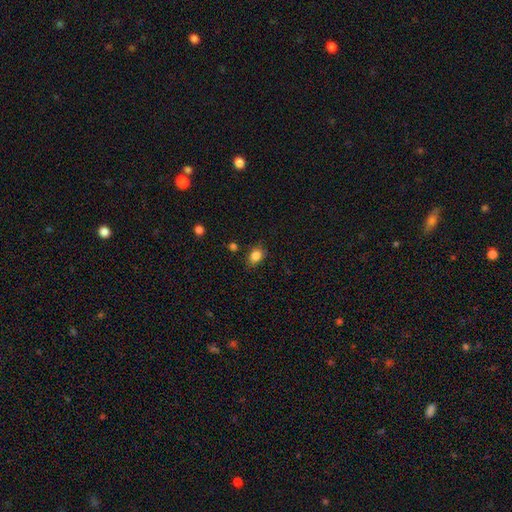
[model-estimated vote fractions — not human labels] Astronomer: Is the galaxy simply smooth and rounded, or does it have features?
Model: smooth — 84%.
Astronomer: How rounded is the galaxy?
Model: in between — 62% (runner-up: round, 37%).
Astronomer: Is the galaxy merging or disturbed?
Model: none — 81%.